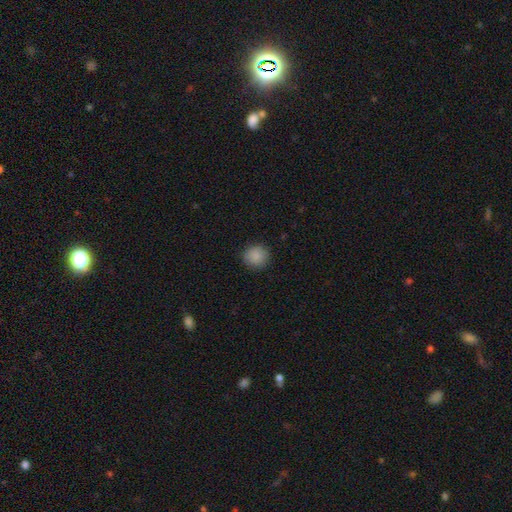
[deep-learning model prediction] This is clearly a smooth galaxy (88%). How rounded: clearly round (91%). Merging: clearly none (89%).